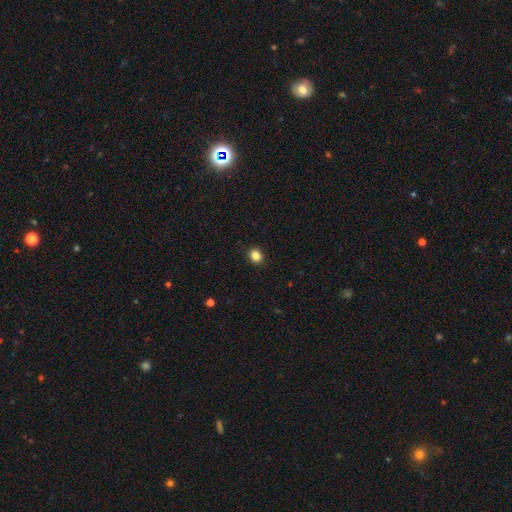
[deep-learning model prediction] Q: Smooth or featured?
A: smooth (85%); runner-up: star or artifact (11%)
Q: How rounded?
A: round (64%); runner-up: in between (35%)
Q: Merging?
A: none (91%); runner-up: minor disturbance (6%)